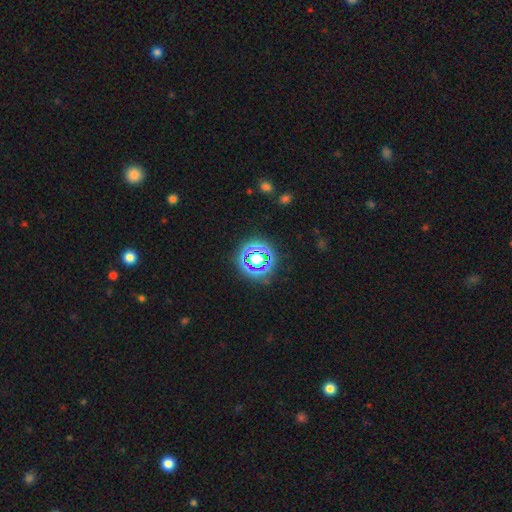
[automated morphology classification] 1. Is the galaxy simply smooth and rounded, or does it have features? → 60% star or artifact, 29% smooth, 11% featured or disk.